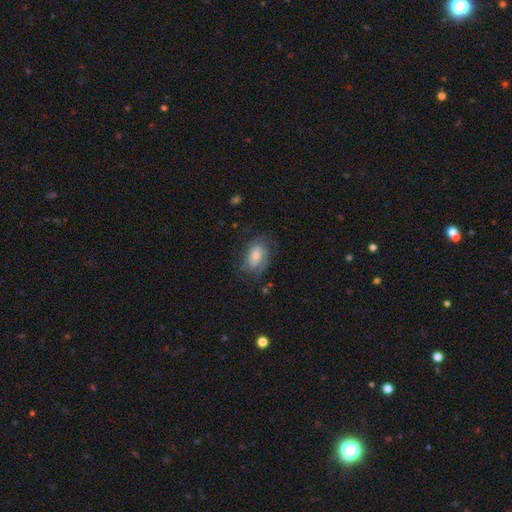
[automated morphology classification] type=smooth (46%); merging=none (66%).